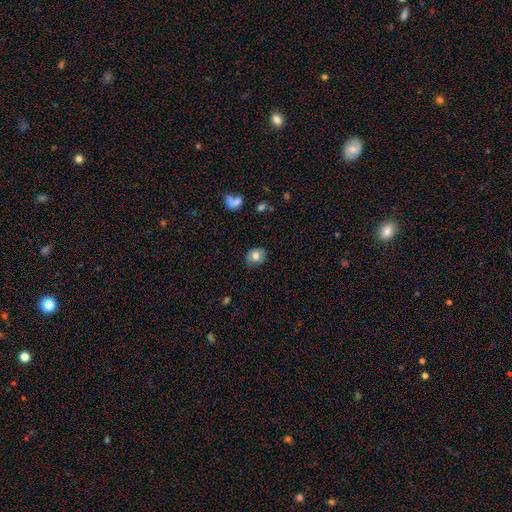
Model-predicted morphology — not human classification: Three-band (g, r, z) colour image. It shows a smooth galaxy with no disk features (75%) that is round (63%). Merging: none (79%).